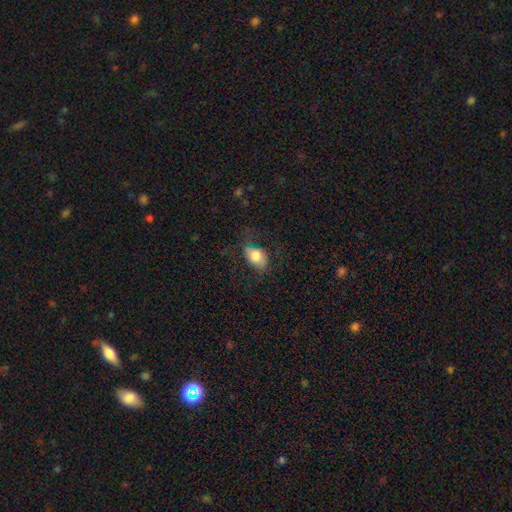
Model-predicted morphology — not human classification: Smooth or featured? smooth (72%)
How rounded? in between (79%)
Merging? none (55%)